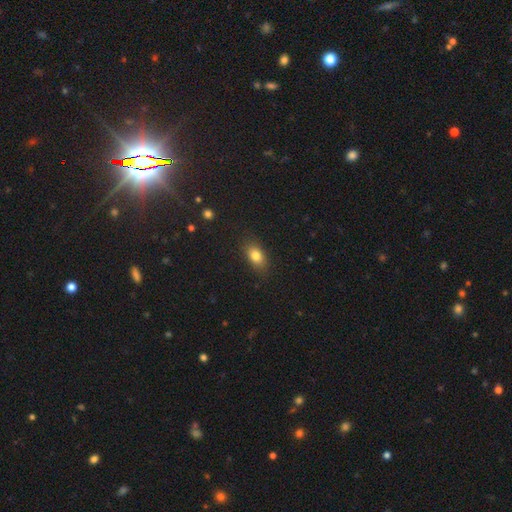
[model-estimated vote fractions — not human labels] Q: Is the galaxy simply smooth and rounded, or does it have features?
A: smooth — 82%.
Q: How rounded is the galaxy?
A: in between — 84%.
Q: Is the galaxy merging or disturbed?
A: none — 84%.